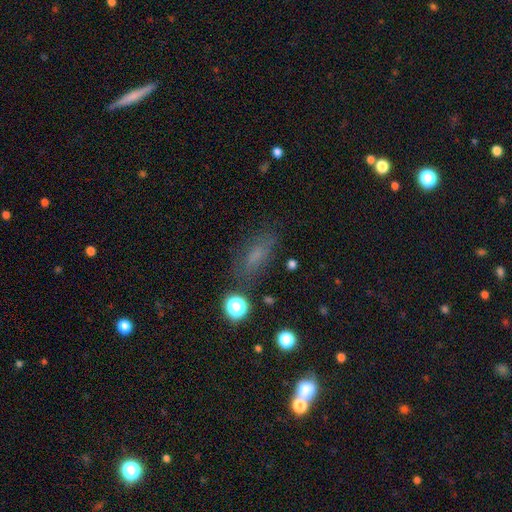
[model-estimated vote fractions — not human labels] The model was most divided on "smooth or featured": smooth: 58%, star or artifact: 22%, featured or disk: 20%. More confident: merging — none (73%); how rounded — in between (70%).